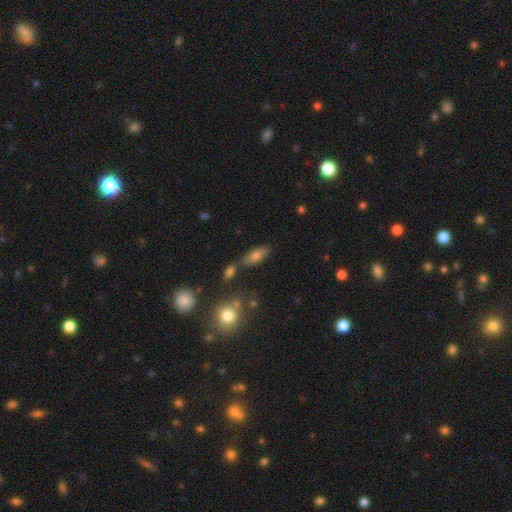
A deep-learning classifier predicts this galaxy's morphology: type=smooth (69%); roundness=in between (72%); merging=none (70%).